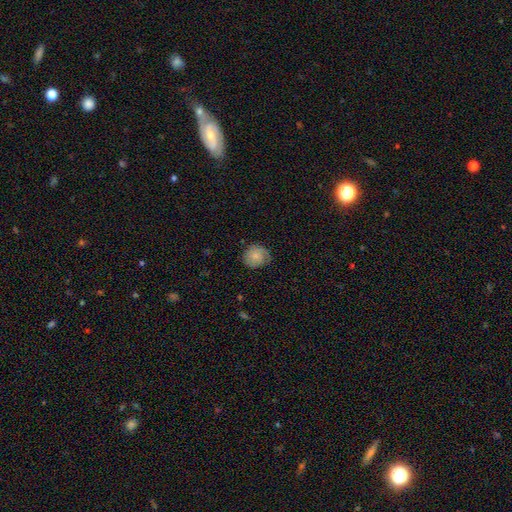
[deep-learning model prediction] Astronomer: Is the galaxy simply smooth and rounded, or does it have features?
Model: smooth — 72%.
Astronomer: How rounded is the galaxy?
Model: round — 82%.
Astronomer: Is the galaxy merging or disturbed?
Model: none — 68%.